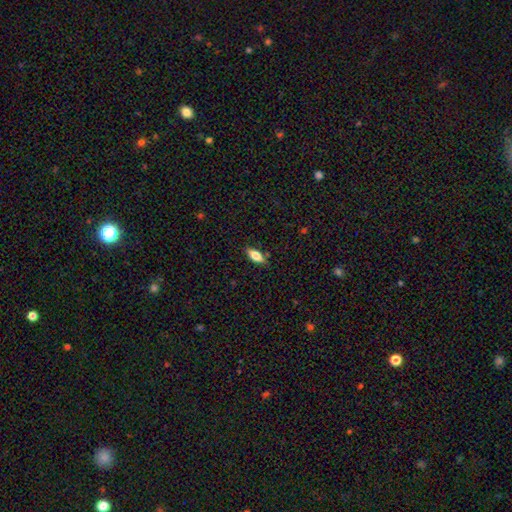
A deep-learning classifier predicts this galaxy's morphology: This is likely a smooth galaxy (78%). How rounded: likely in between (79%). Merging: clearly none (83%).